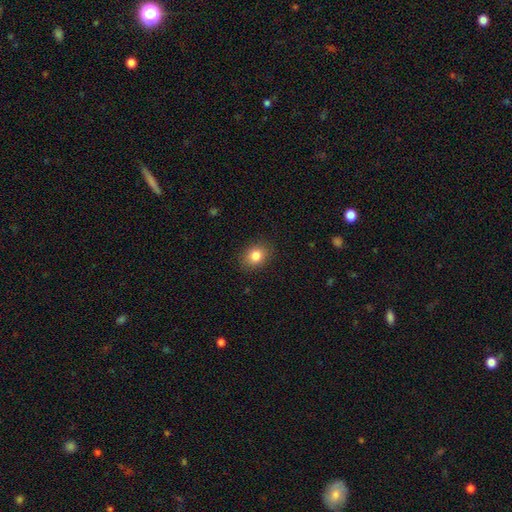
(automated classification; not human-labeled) A smooth galaxy with no disk features (83%) that is in between round and cigar-shaped (53%). Merging: none (87%).